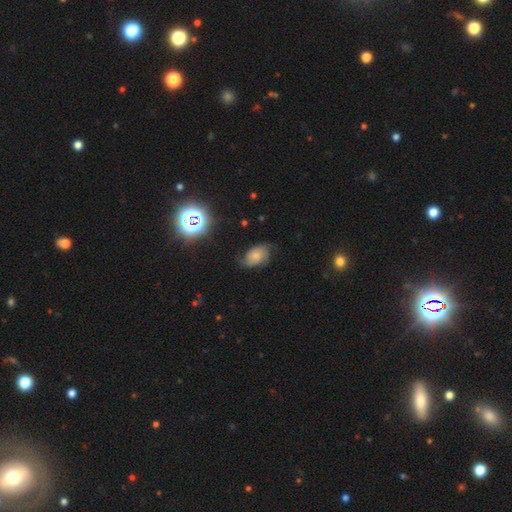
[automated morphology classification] smooth-or-featured: featured or disk: 56% | smooth: 31% | star or artifact: 13%
  disk-edge-on: no: 96% | yes: 4%
    bar: no: 77% | weak: 19% | strong: 4%
    has-spiral-arms: yes: 90% | no: 10%
    bulge-size: small: 51% | moderate: 31% | none: 11% | large: 5% | dominant: 2%
  merging: none: 61% | minor disturbance: 27% | major disturbance: 11% | merger: 2%